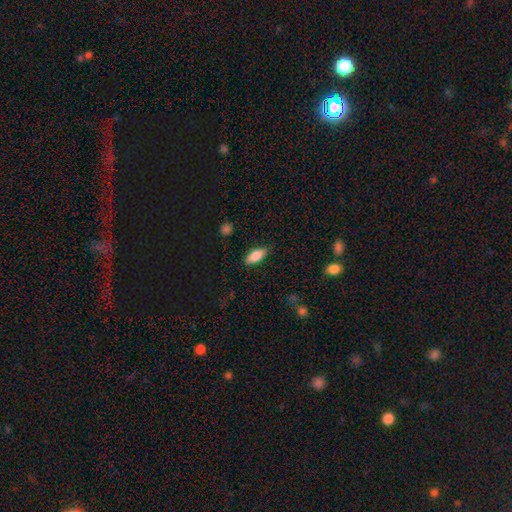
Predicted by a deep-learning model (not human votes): Smooth or featured: smooth — 83% (featured or disk — 10%)
How rounded: in between — 83% (cigar-shaped — 14%)
Merging: none — 85% (minor disturbance — 12%)